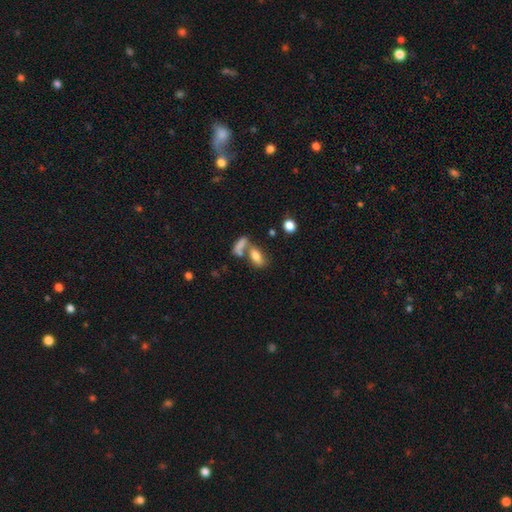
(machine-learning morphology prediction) Overall: smooth (75%). How rounded: in between (78%). Merging: none (44%; merger 40%).